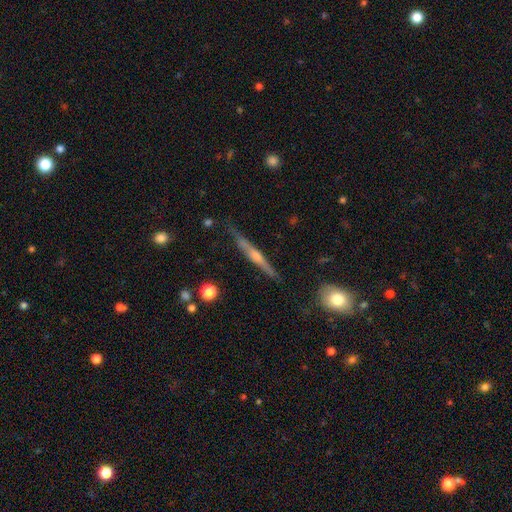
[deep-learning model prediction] A featured or disk galaxy (68%) viewed edge-on (97%) with a rounded central bulge (67%).

Vote fractions:
- Smooth or featured? featured or disk: 68% / smooth: 26% / star or artifact: 6%
- Edge-on disk? yes: 97% / no: 3%
- Edge-on bulge? rounded: 67% / none: 21% / boxy: 11%
- Merging? none: 81% / minor disturbance: 15% / major disturbance: 3% / merger: 2%